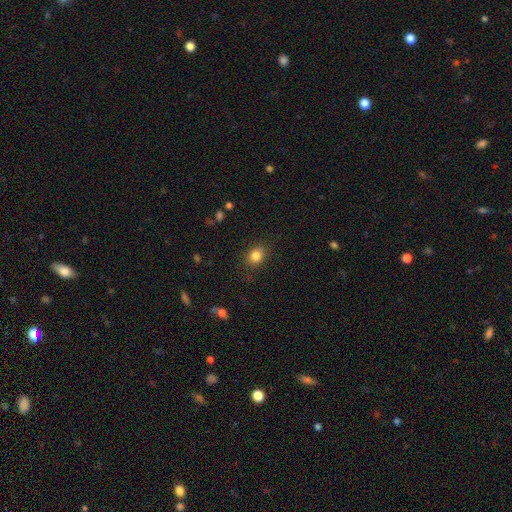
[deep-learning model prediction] smooth-or-featured: smooth: 84% | star or artifact: 11% | featured or disk: 6%
  how-rounded: round: 50% | in between: 49% | cigar-shaped: 1%
  merging: none: 84% | minor disturbance: 12% | major disturbance: 3% | merger: 1%